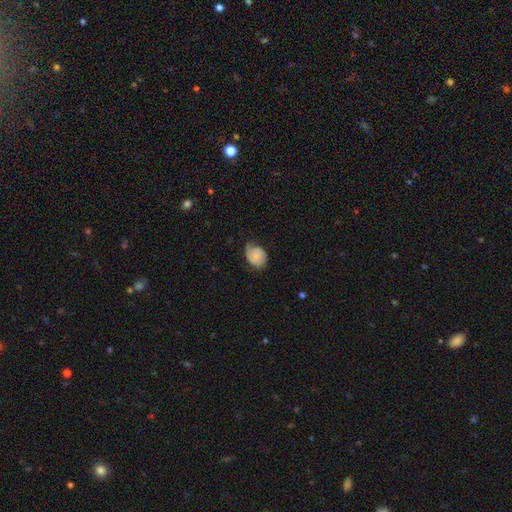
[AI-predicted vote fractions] A smooth galaxy with no disk features (64%) that is in between round and cigar-shaped (54%). Merging: none (49%).